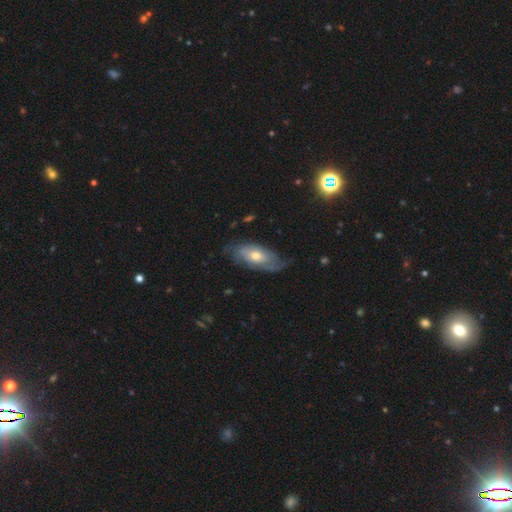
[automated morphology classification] Q: Smooth or featured?
A: featured or disk (65%); runner-up: smooth (29%)
Q: Edge-on disk?
A: no (88%); runner-up: yes (12%)
Q: Bar?
A: no (76%); runner-up: weak (20%)
Q: Spiral arms?
A: yes (82%); runner-up: no (18%)
Q: Bulge size?
A: moderate (67%); runner-up: small (25%)
Q: Merging?
A: none (67%); runner-up: minor disturbance (23%)